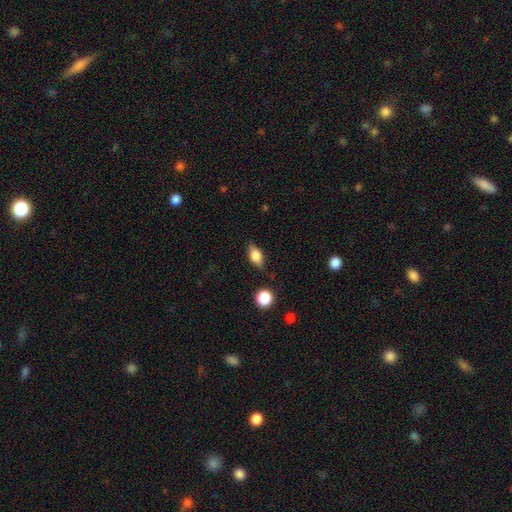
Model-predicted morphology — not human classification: type=smooth (68%); roundness=in between (78%); merging=none (78%).